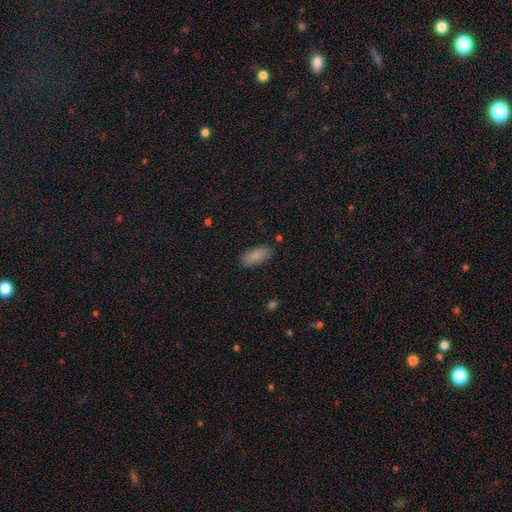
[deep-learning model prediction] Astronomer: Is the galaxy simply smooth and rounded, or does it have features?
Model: smooth — 87%.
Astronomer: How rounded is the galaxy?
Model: in between — 84%.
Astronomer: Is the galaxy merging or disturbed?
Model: none — 85%.